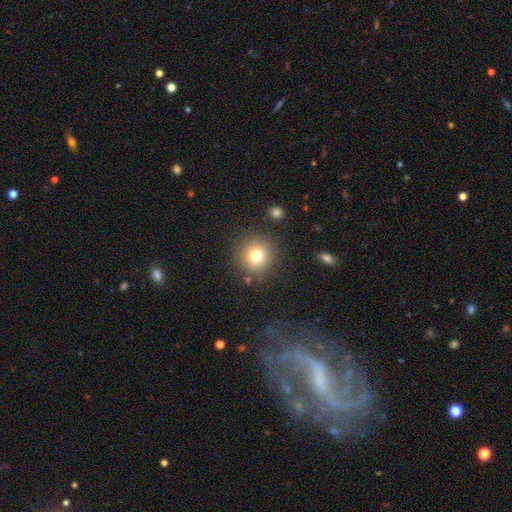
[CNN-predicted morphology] Overall: smooth (77%). How rounded: round (92%). Merging: none (85%).